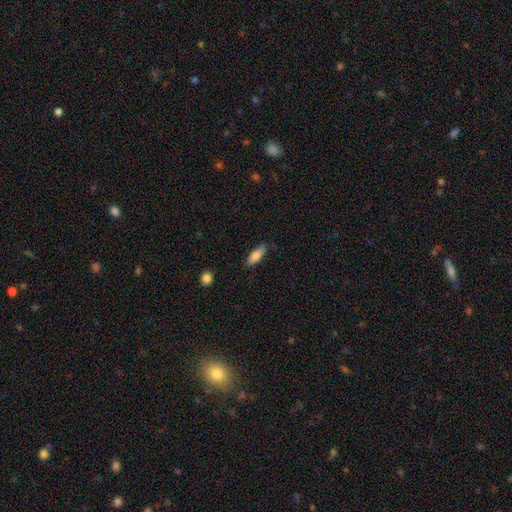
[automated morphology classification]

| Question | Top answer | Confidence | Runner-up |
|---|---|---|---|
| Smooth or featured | smooth | 80% | featured or disk (13%) |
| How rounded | in between | 65% | cigar-shaped (33%) |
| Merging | none | 78% | minor disturbance (18%) |